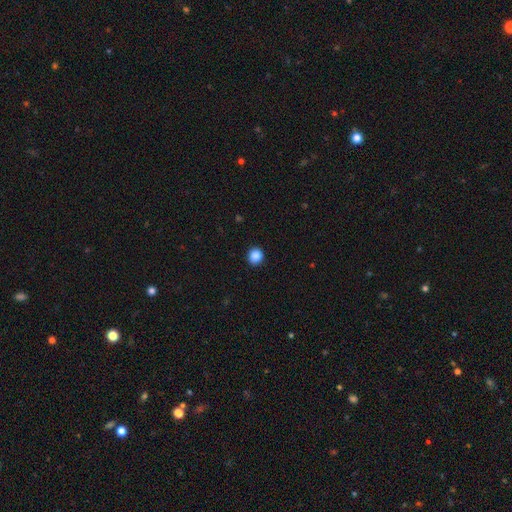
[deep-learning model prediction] This appears to be a smooth galaxy with no disk features (87%) that is round (86%). Merging: none (92%).